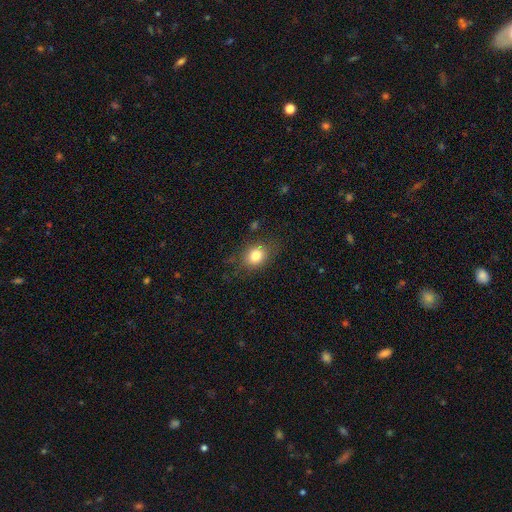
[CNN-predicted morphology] smooth 80%, star or artifact 10%, featured or disk 9%. Down the decision tree: how rounded — in between (55%); merging — none (76%).